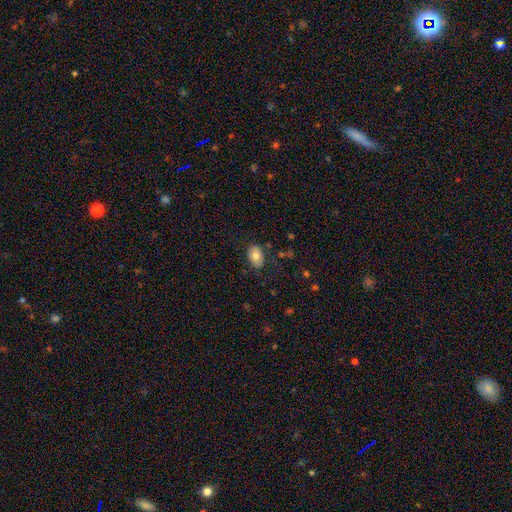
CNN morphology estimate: Overall: smooth (77%). How rounded: in between (84%). Merging: none (80%).